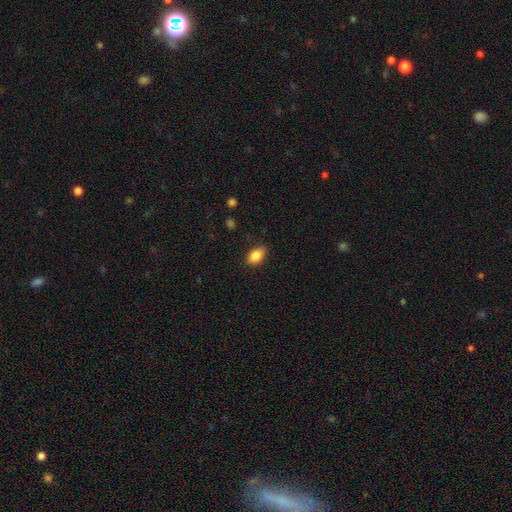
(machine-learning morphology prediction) Smooth or featured: smooth — 86% (star or artifact — 8%)
How rounded: in between — 89% (round — 9%)
Merging: none — 84% (minor disturbance — 12%)